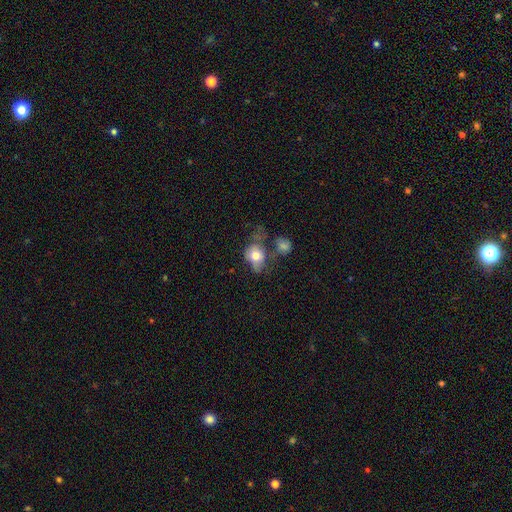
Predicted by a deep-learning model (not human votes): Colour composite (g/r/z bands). It shows a smooth galaxy with no disk features (69%) that is in between round and cigar-shaped (52%). Merging: none (28%).